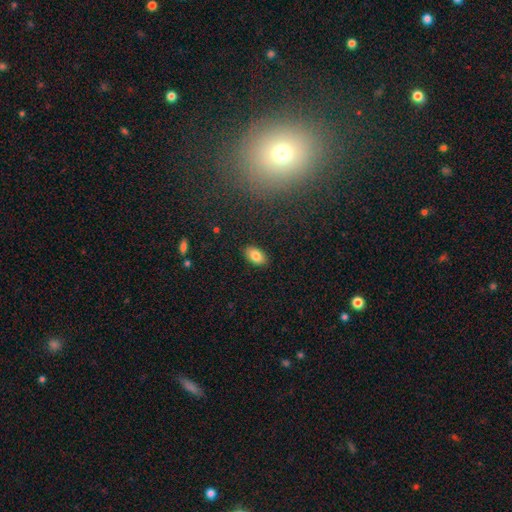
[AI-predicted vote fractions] A smooth galaxy with no disk features (83%) that is in between round and cigar-shaped (92%).

Vote fractions:
- Smooth or featured? smooth: 83% / featured or disk: 9% / star or artifact: 8%
- How rounded? in between: 92% / round: 6% / cigar-shaped: 2%
- Merging? none: 89% / minor disturbance: 8% / major disturbance: 2% / merger: 1%